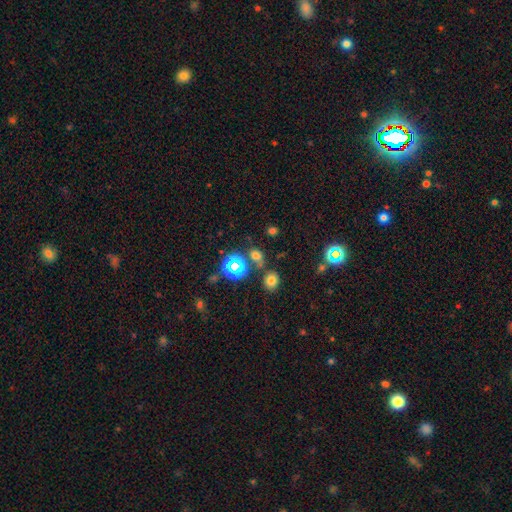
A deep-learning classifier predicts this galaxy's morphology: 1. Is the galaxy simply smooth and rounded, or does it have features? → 58% smooth, 34% star or artifact, 8% featured or disk.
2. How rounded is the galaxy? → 59% round, 39% in between, 2% cigar-shaped.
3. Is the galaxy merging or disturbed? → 71% none, 13% merger, 11% minor disturbance, 5% major disturbance.